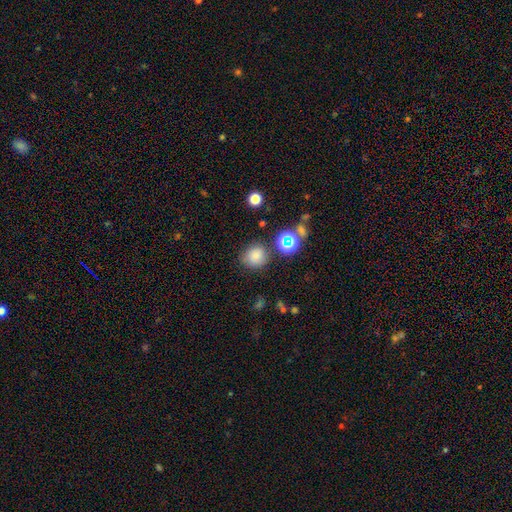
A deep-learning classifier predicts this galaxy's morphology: The model was most divided on "smooth or featured": smooth: 76%, star or artifact: 17%, featured or disk: 7%. More confident: how rounded — round (85%); merging — none (77%).